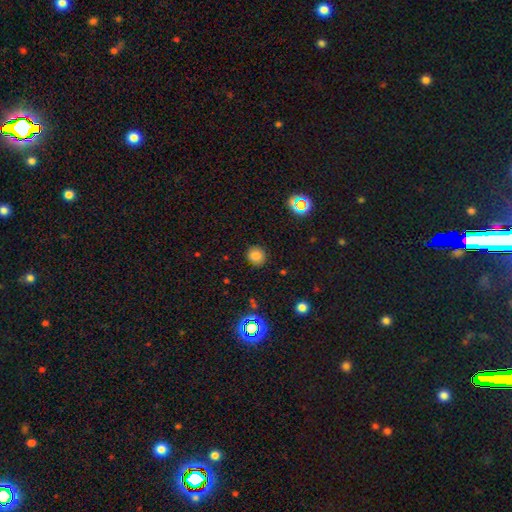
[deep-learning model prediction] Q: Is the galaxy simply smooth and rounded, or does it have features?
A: smooth — 79%.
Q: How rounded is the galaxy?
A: round — 88%.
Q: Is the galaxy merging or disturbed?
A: none — 89%.